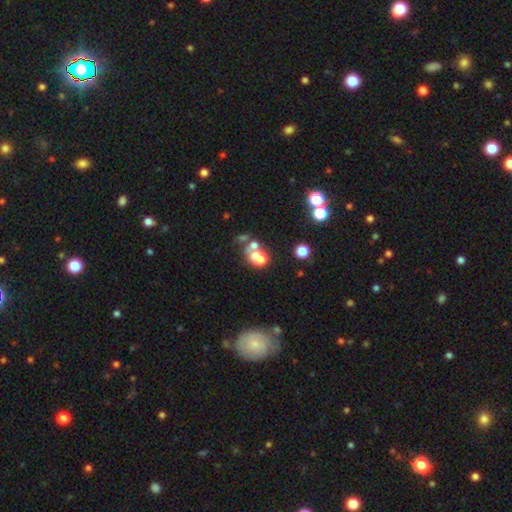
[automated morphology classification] smooth 52%, featured or disk 32%, star or artifact 17%. Down the decision tree: how rounded — round (55%); merging — merger (56%).